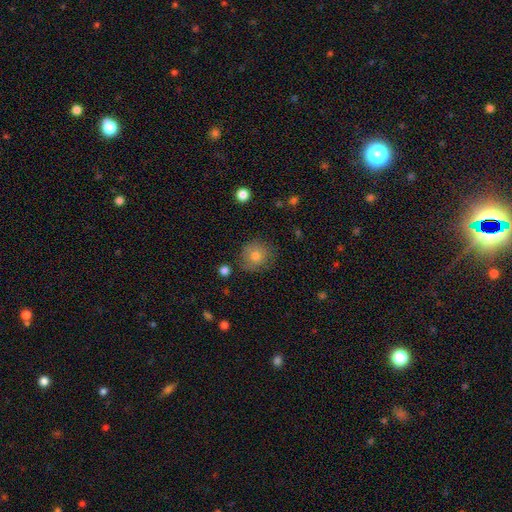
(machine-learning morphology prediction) Q: Smooth or featured?
A: smooth (76%); runner-up: featured or disk (13%)
Q: How rounded?
A: round (88%); runner-up: in between (11%)
Q: Merging?
A: none (80%); runner-up: minor disturbance (14%)